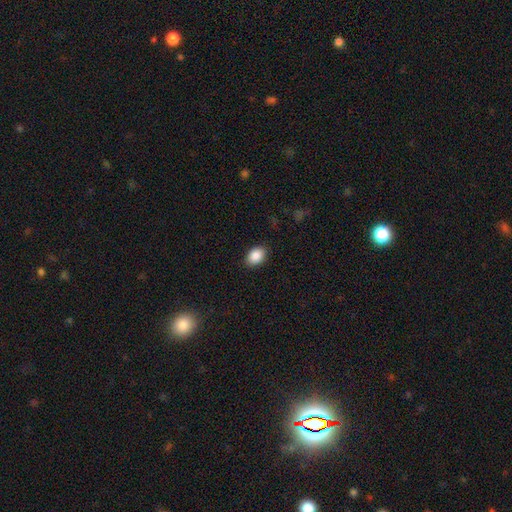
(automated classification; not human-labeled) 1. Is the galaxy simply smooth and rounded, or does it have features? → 88% smooth, 8% star or artifact, 4% featured or disk.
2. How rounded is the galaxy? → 78% in between, 21% round, 1% cigar-shaped.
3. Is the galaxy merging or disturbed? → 88% none, 9% minor disturbance, 2% major disturbance, 1% merger.